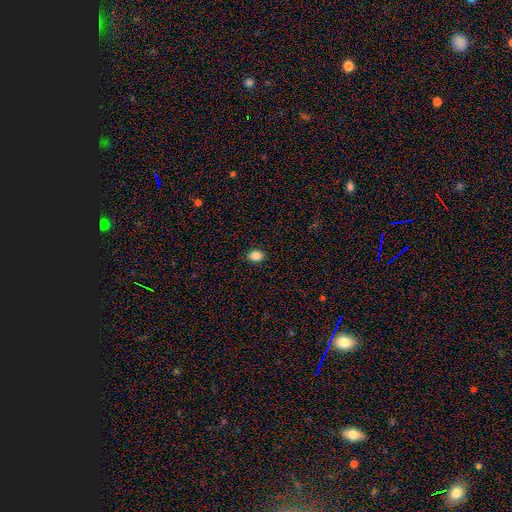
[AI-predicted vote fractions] Q: Smooth or featured?
A: smooth (86%); runner-up: star or artifact (9%)
Q: How rounded?
A: in between (60%); runner-up: round (39%)
Q: Merging?
A: none (90%); runner-up: minor disturbance (7%)